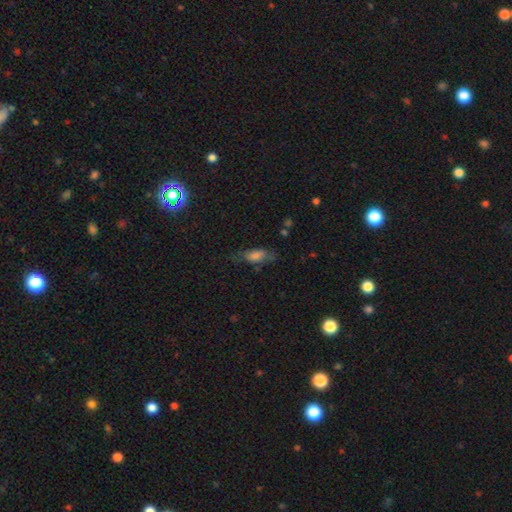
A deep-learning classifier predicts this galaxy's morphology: Overall: smooth (63%; featured or disk 25%). How rounded: in between (74%). Merging: none (58%; minor disturbance 25%).